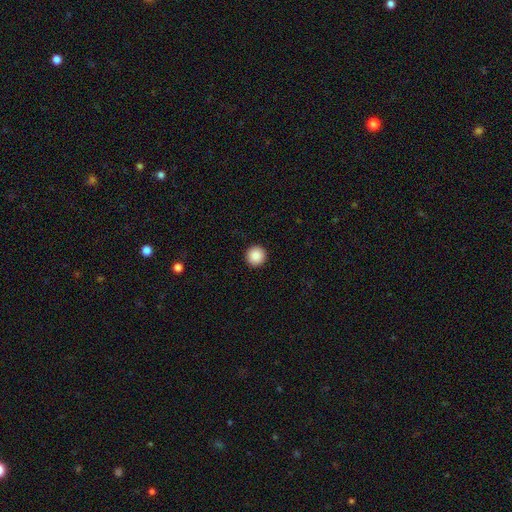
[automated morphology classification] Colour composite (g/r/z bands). It shows a smooth galaxy with no disk features (89%) that is round (96%). Merging: none (94%).